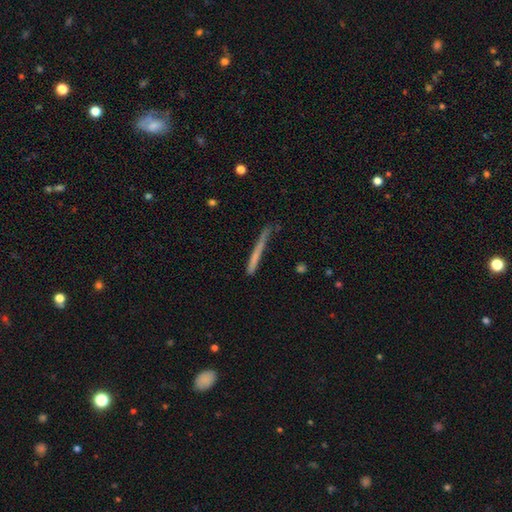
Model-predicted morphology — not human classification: Smooth or featured: smooth — 61% (featured or disk — 32%)
How rounded: cigar-shaped — 97% (in between — 2%)
Merging: none — 69% (minor disturbance — 21%)